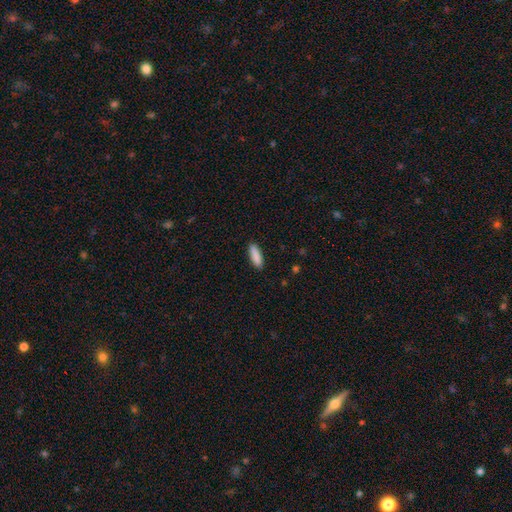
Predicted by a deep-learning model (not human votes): Smooth or featured? Predicted: smooth (p=0.89). How rounded? Predicted: cigar-shaped (p=0.51). Merging? Predicted: none (p=0.89).